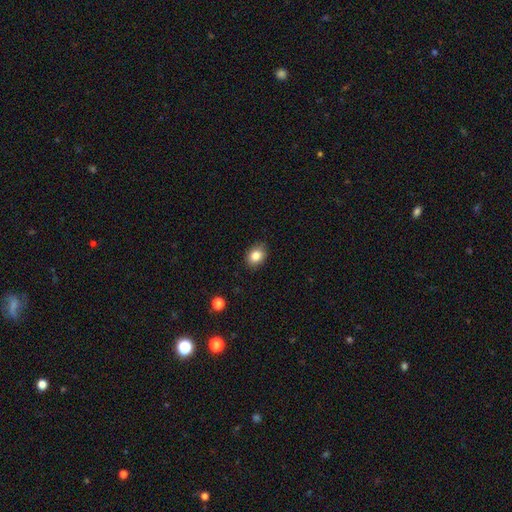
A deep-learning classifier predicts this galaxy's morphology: The model was most divided on "how rounded": in between: 64%, round: 35%, cigar-shaped: 1%. More confident: merging — none (87%); smooth or featured — smooth (84%).